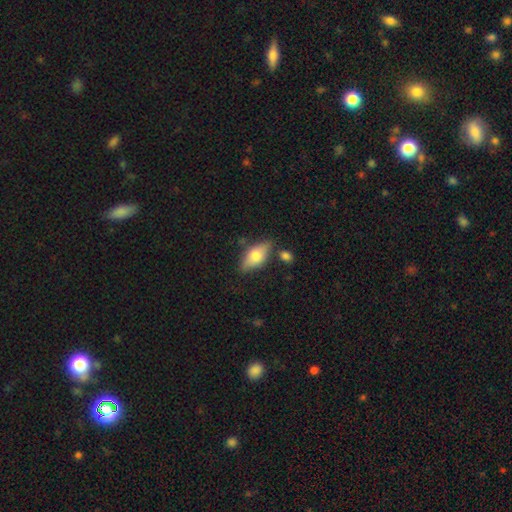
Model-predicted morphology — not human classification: Smooth or featured: smooth — 61% (featured or disk — 32%)
How rounded: in between — 82% (cigar-shaped — 14%)
Merging: none — 72% (minor disturbance — 17%)